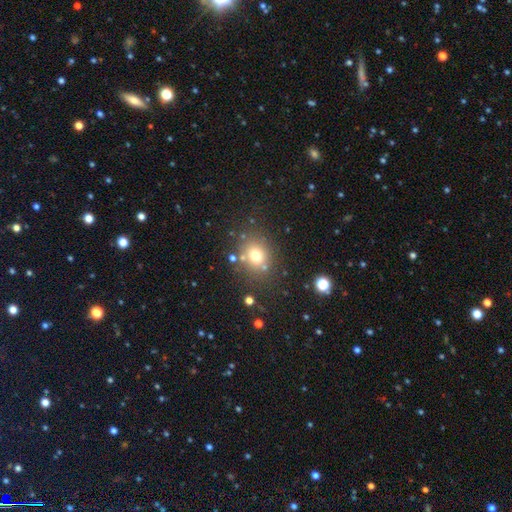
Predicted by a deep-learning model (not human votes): The model was most divided on "how rounded": round: 75%, in between: 24%, cigar-shaped: 1%. More confident: merging — none (78%); smooth or featured — smooth (71%).